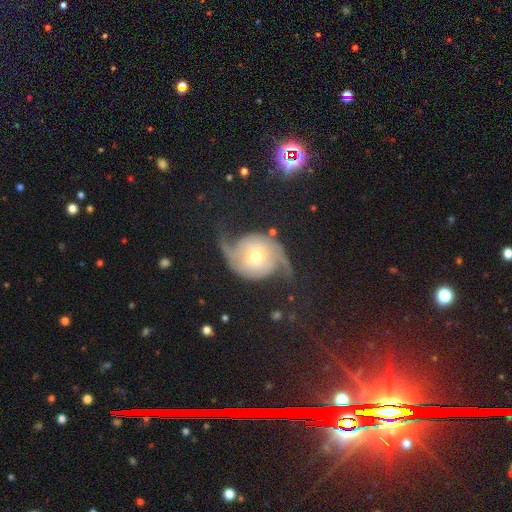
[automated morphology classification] Smooth or featured? featured or disk (82%)
Edge-on disk? no (97%)
Bar? no (62%)
Spiral arms? yes (95%)
Spiral winding? loose (70%)
Spiral arm count? 2 (91%)
Bulge size? moderate (53%)
Merging? none (62%)